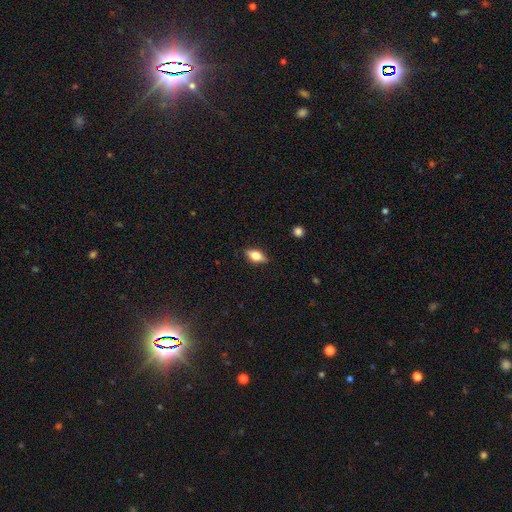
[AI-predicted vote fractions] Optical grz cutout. It shows a smooth galaxy with no disk features (69%) that is in between round and cigar-shaped (84%). Merging: none (86%).